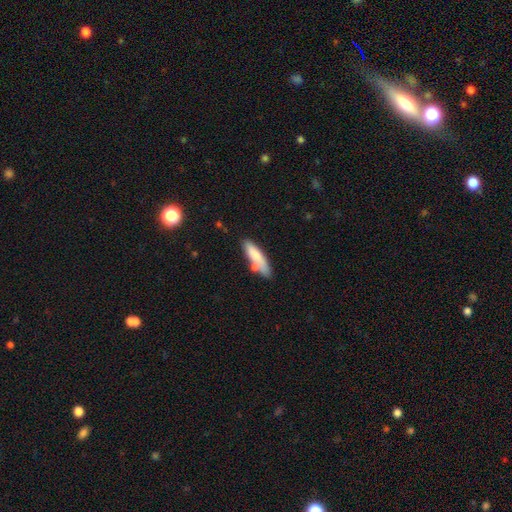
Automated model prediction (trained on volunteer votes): Smooth or featured: smooth — 75% (featured or disk — 19%)
How rounded: cigar-shaped — 62% (in between — 36%)
Merging: none — 57% (minor disturbance — 20%)